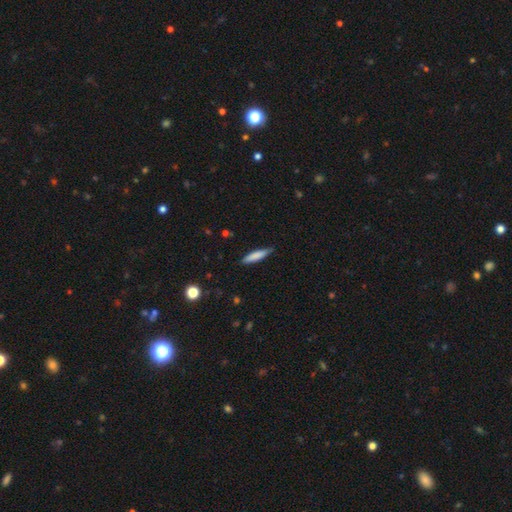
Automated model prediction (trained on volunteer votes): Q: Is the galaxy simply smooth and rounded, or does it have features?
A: smooth — 79%.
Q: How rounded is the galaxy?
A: cigar-shaped — 84%.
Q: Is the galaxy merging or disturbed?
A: none — 82%.